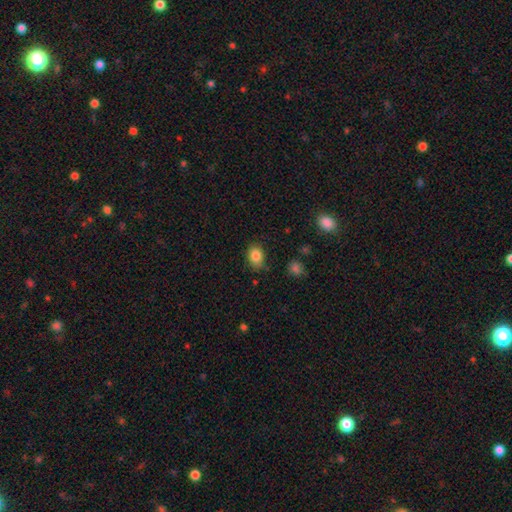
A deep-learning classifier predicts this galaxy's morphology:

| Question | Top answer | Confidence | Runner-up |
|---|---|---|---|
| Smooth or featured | smooth | 84% | star or artifact (10%) |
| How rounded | in between | 69% | round (30%) |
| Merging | none | 79% | minor disturbance (16%) |